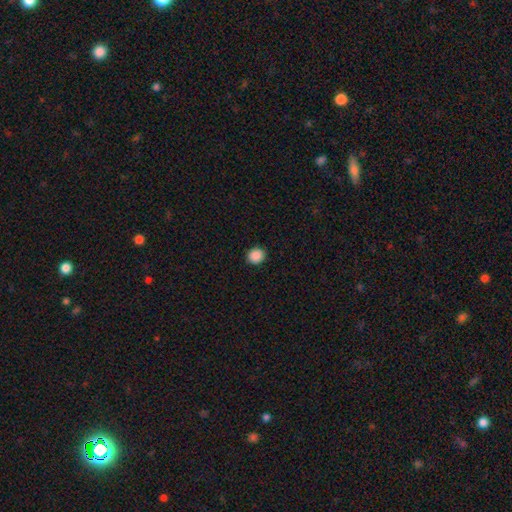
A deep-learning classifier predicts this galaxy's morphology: type=smooth (88%); roundness=round (82%); merging=none (91%).